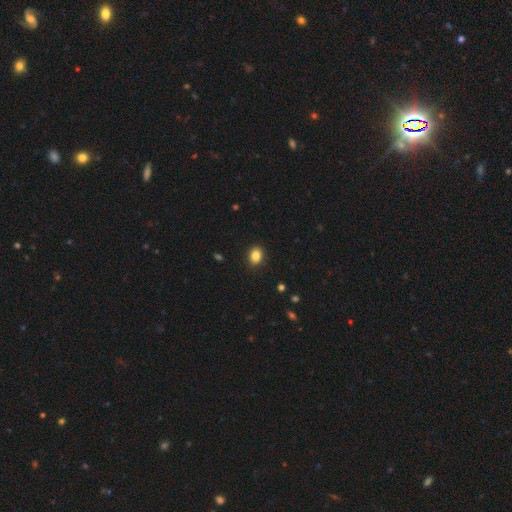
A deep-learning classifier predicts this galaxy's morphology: This appears to be a smooth galaxy with no disk features (86%) that is in between round and cigar-shaped (56%). Merging: none (90%).